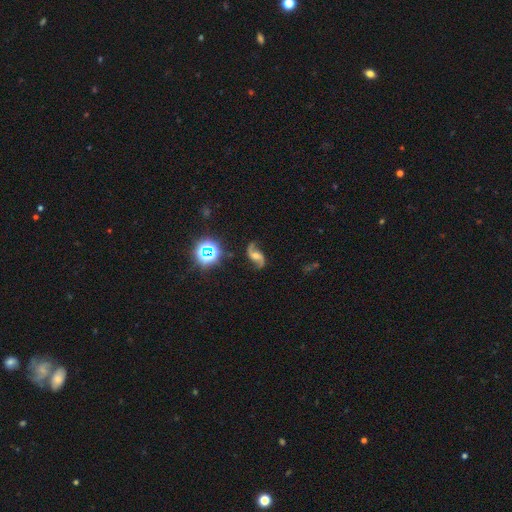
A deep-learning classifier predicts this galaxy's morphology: type=featured or disk (83%); edge-on=no (97%); bar=no (47%); spiral arms=yes (97%); winding=loose (72%); arm count=2 (94%); bulge=moderate (48%); merging=none (79%).